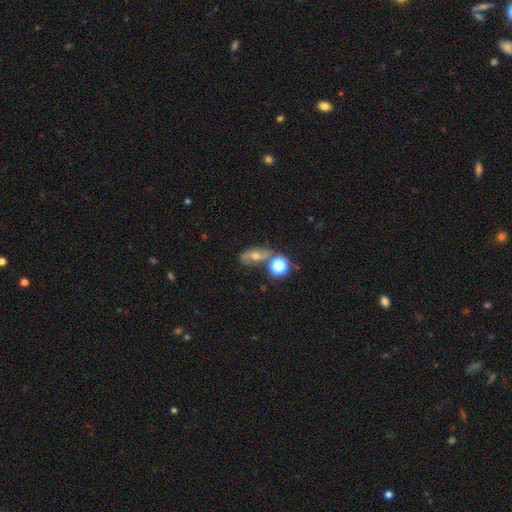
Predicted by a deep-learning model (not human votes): This appears to be a featured or disk galaxy (48%). Merging: none (63%).